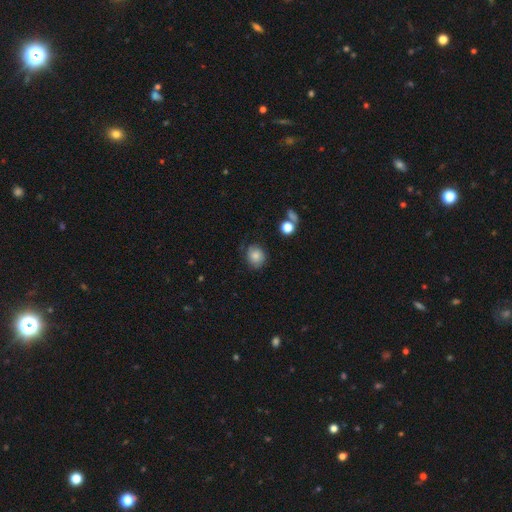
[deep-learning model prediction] This appears to be a smooth galaxy with no disk features (77%) that is round (76%). Merging: none (71%).